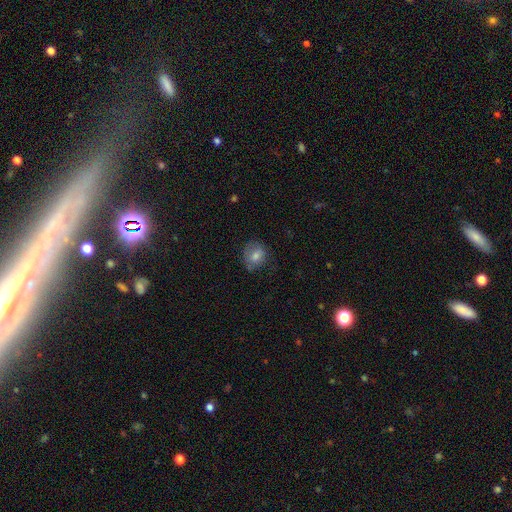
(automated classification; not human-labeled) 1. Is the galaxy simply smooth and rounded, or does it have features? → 72% smooth, 18% featured or disk, 9% star or artifact.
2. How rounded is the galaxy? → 59% round, 40% in between, 1% cigar-shaped.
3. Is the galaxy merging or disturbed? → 60% none, 26% minor disturbance, 12% major disturbance, 2% merger.